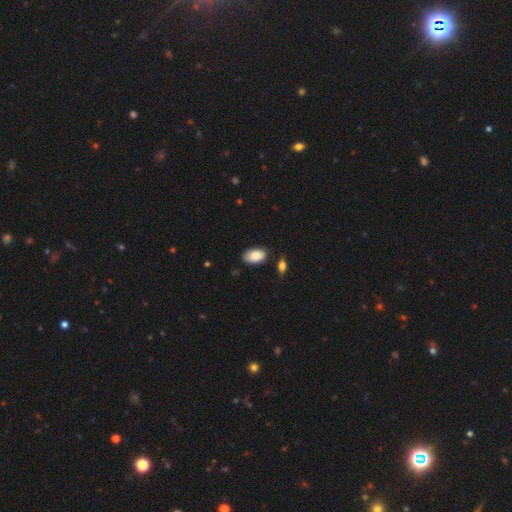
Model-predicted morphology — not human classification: type=smooth (86%); roundness=in between (95%); merging=none (75%).